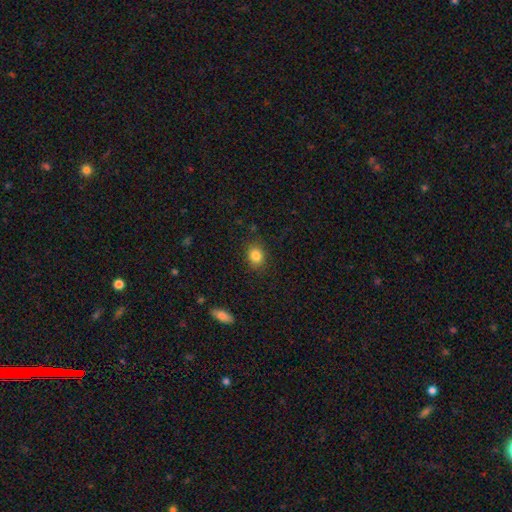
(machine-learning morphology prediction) smooth 84%, star or artifact 10%, featured or disk 6%. Down the decision tree: how rounded — round (50%); merging — none (85%).